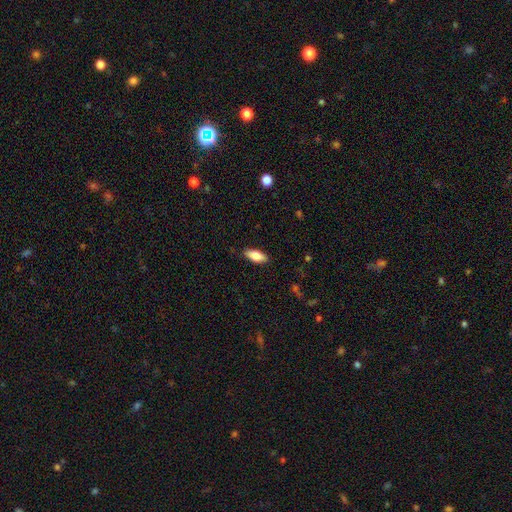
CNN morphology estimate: A smooth galaxy with no disk features (80%) that is in between round and cigar-shaped (80%).

Vote fractions:
- Smooth or featured? smooth: 80% / featured or disk: 13% / star or artifact: 6%
- How rounded? in between: 80% / cigar-shaped: 18% / round: 2%
- Merging? none: 88% / minor disturbance: 9% / major disturbance: 2% / merger: 1%